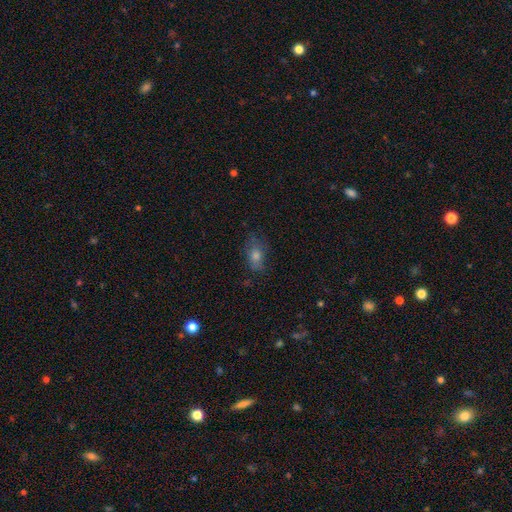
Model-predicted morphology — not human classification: This is likely a smooth galaxy (63%). How rounded: likely in between (78%). Merging: likely none (70%).